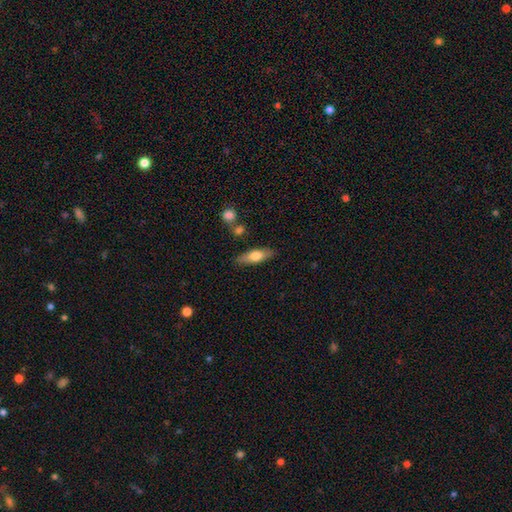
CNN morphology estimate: Smooth or featured? smooth (64%)
How rounded? in between (50%)
Merging? none (81%)